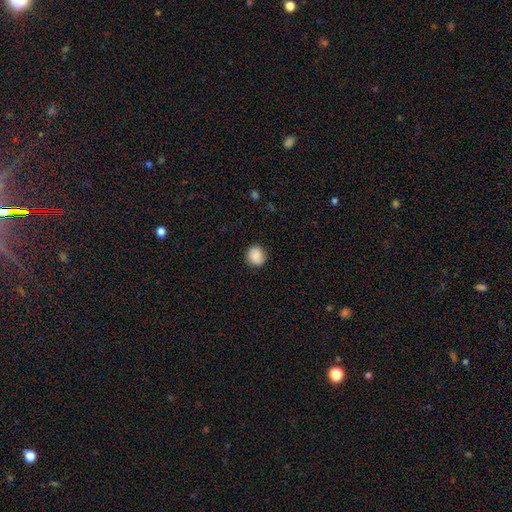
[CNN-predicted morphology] Overall: smooth (83%). How rounded: round (87%). Merging: none (86%).